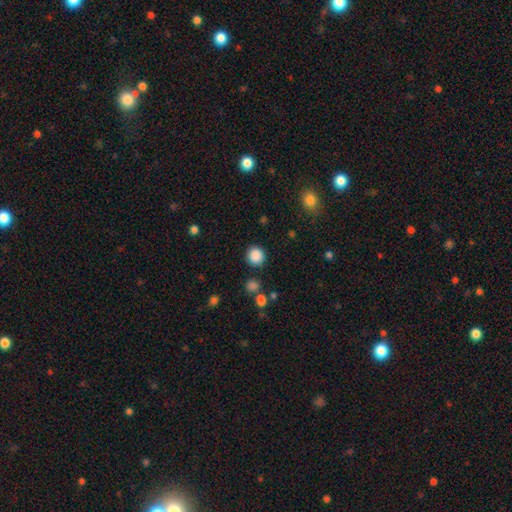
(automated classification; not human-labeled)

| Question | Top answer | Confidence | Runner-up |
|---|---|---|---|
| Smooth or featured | smooth | 87% | star or artifact (10%) |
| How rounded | round | 89% | in between (10%) |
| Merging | none | 87% | minor disturbance (7%) |